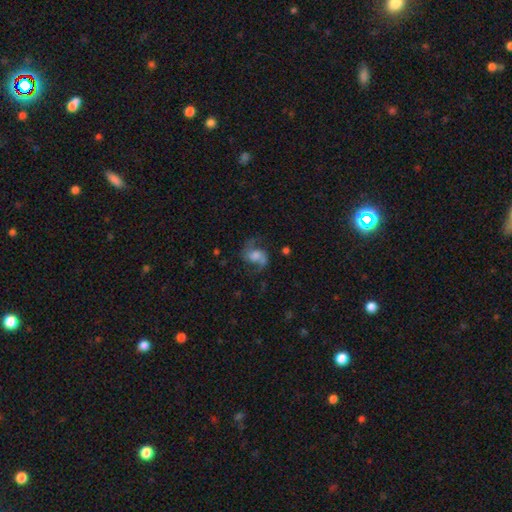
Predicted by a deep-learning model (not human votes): Overall: featured or disk (74%). Edge-on disk: no (98%). Bar: no (53%; weak 37%). Spiral arms: yes (93%). Spiral arm count: 2 (91%). Spiral winding: loose (51%; medium 41%). Bulge size: moderate (34%; large 27%). Merging: none (65%).